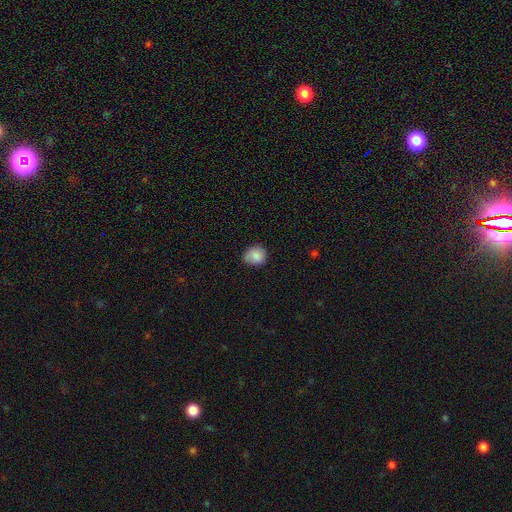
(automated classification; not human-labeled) Smooth or featured? smooth (87%)
How rounded? round (75%)
Merging? none (72%)